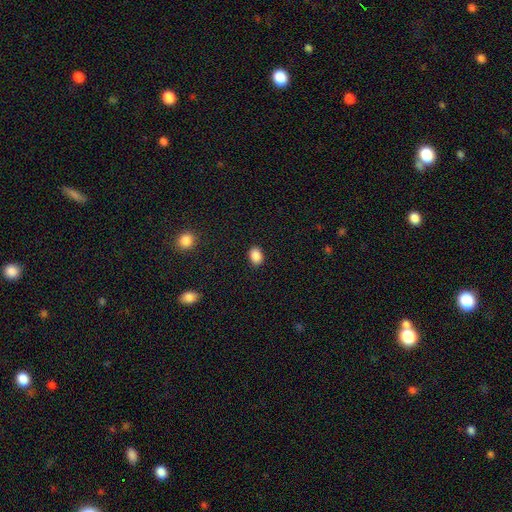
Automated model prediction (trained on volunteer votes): This is clearly a smooth galaxy (88%). How rounded: likely in between (72%). Merging: clearly none (89%).